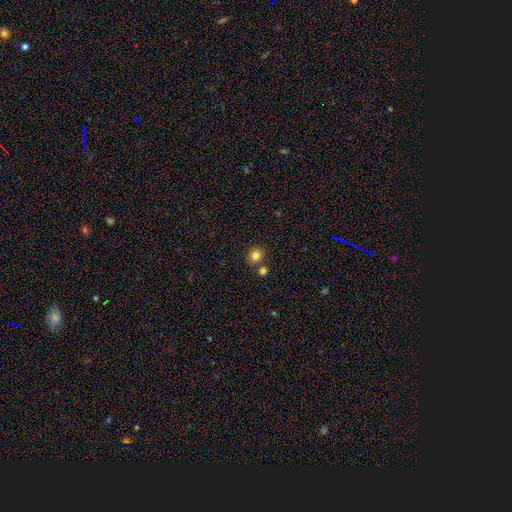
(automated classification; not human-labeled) smooth_or_featured: smooth (p=0.82) [alt: star or artifact p=0.13]
how_rounded: round (p=0.85) [alt: in between p=0.14]
merging: none (p=0.78) [alt: merger p=0.12]